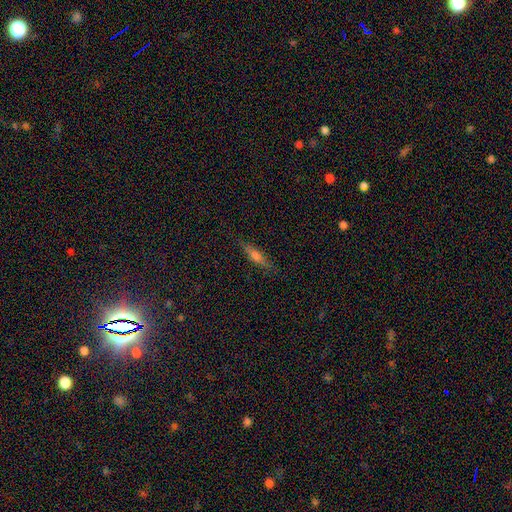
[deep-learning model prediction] Q: Smooth or featured?
A: smooth (46%); runner-up: featured or disk (44%)
Q: Merging?
A: none (85%); runner-up: minor disturbance (11%)